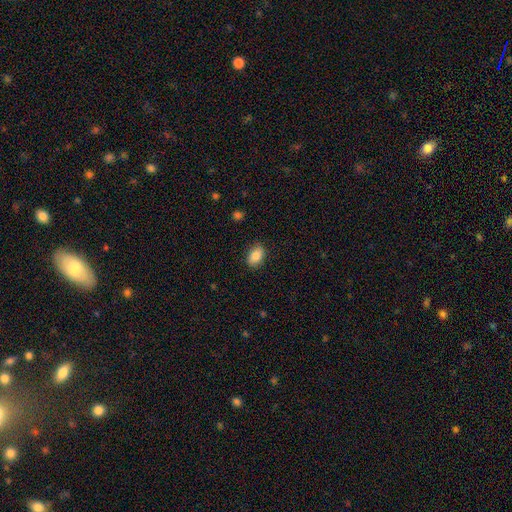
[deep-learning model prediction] Overall: smooth (85%). How rounded: in between (85%). Merging: none (86%).